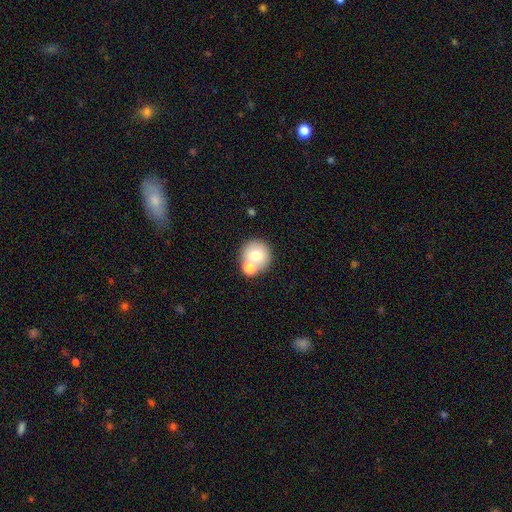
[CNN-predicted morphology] smooth-or-featured: smooth: 72% | featured or disk: 18% | star or artifact: 10%
  how-rounded: round: 89% | in between: 10% | cigar-shaped: 1%
  merging: none: 54% | merger: 34% | minor disturbance: 9% | major disturbance: 3%